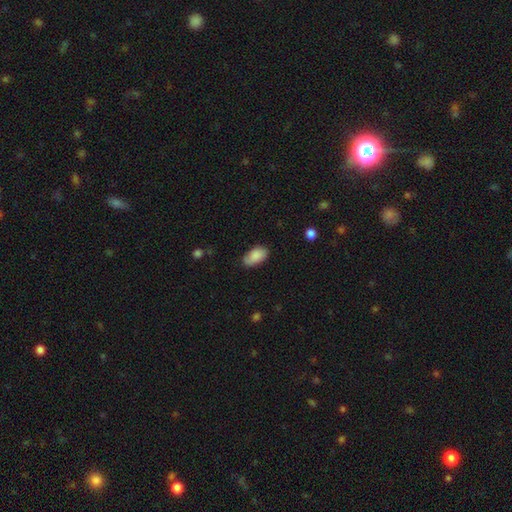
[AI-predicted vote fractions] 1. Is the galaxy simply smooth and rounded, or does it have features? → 85% smooth, 9% featured or disk, 7% star or artifact.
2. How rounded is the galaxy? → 94% in between, 4% round, 2% cigar-shaped.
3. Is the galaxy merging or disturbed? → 73% none, 22% minor disturbance, 4% major disturbance, 2% merger.